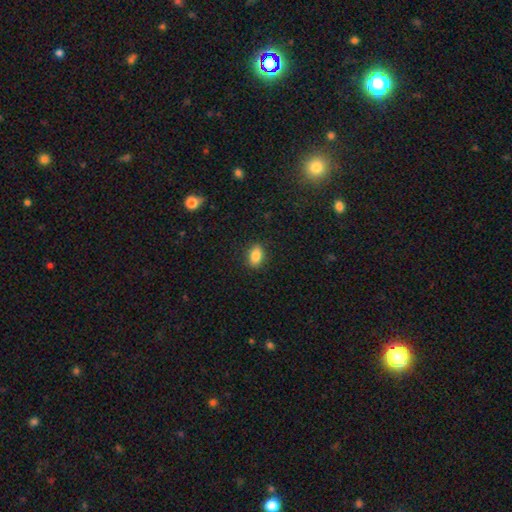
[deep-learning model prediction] smooth-or-featured: smooth: 85% | star or artifact: 8% | featured or disk: 7%
  how-rounded: in between: 86% | round: 10% | cigar-shaped: 4%
  merging: none: 88% | minor disturbance: 9% | major disturbance: 2% | merger: 1%